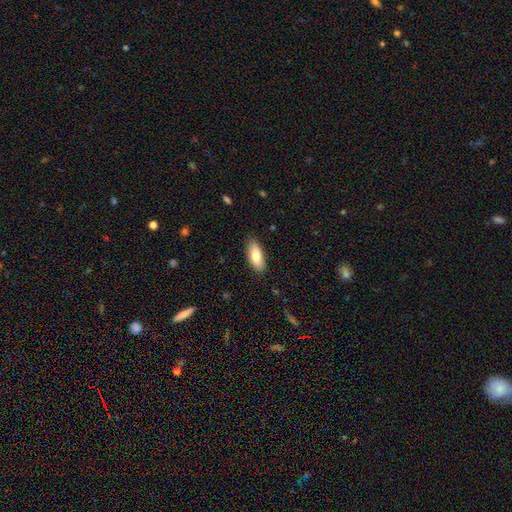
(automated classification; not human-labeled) This is clearly a smooth galaxy (81%). How rounded: clearly in between (82%). Merging: clearly none (85%).